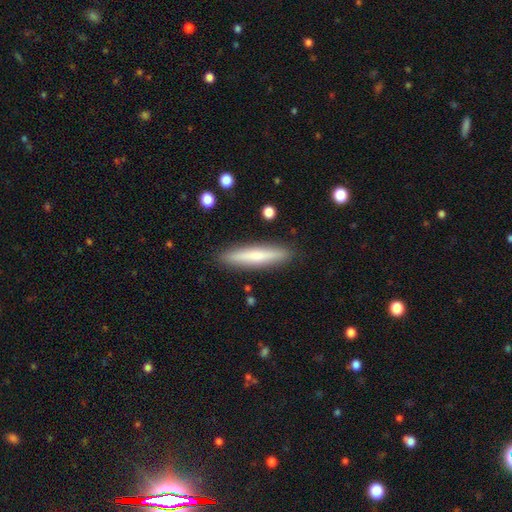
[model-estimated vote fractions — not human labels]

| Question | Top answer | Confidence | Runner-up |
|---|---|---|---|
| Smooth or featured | smooth | 65% | featured or disk (29%) |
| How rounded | cigar-shaped | 91% | in between (8%) |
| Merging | none | 90% | minor disturbance (7%) |